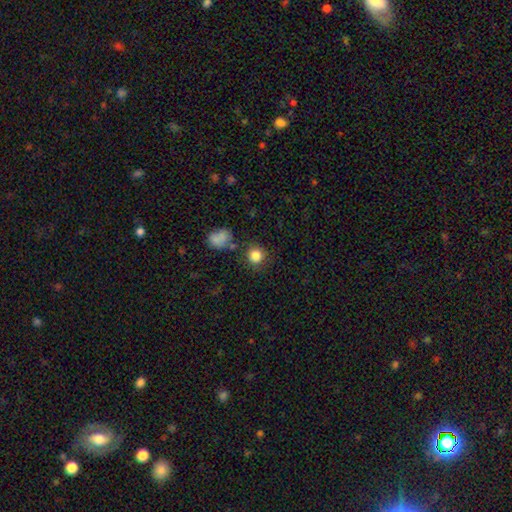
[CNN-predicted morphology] Smooth or featured?
  - smooth: 84% *
  - star or artifact: 11%
  - featured or disk: 5%
How rounded?
  - round: 89% *
  - in between: 10%
  - cigar-shaped: 1%
Merging?
  - none: 80% *
  - minor disturbance: 10%
  - merger: 6%
  - major disturbance: 4%